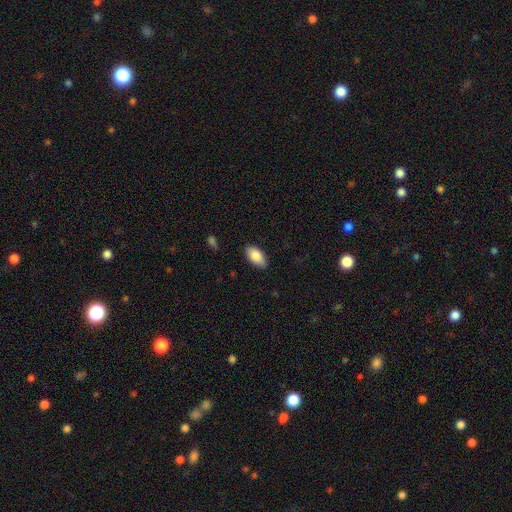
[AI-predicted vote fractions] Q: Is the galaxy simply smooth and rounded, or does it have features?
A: smooth — 86%.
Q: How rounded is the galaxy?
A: in between — 94%.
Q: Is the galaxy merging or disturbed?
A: none — 86%.